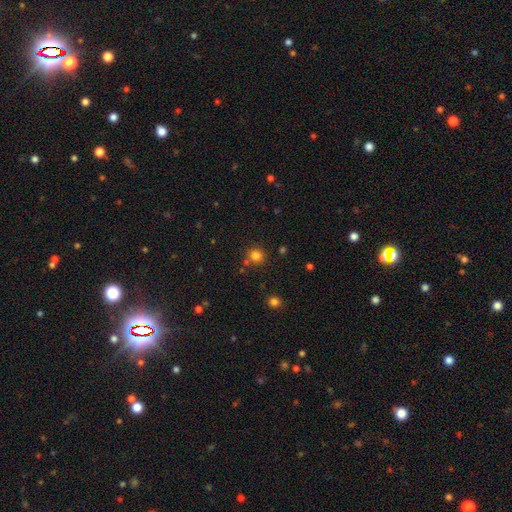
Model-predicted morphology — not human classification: Smooth or featured: smooth — 80% (star or artifact — 14%)
How rounded: round — 90% (in between — 9%)
Merging: none — 78% (merger — 9%)